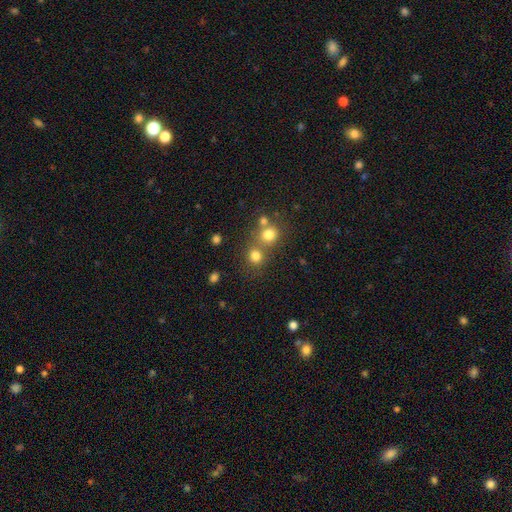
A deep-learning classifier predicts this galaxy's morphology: A smooth galaxy with no disk features (76%) that is round (84%). Merging: none (54%).